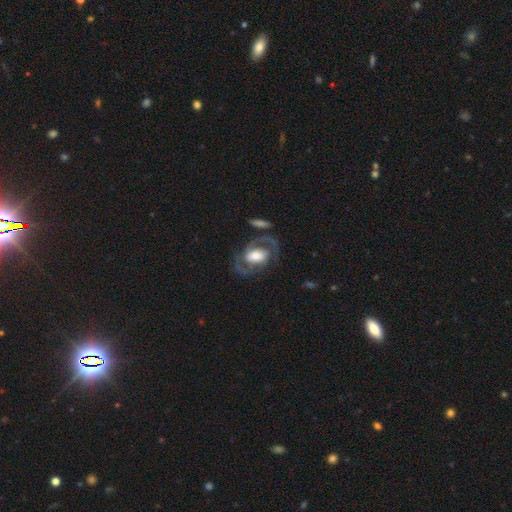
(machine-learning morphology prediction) The model was most divided on "bar": no: 41%, weak: 37%, strong: 22%. Remaining: edge-on disk — no (96%); spiral arm count — 2 (87%); spiral arms — yes (86%); smooth or featured — featured or disk (76%); merging — none (66%); spiral winding — medium (53%); bulge size — moderate (44%).